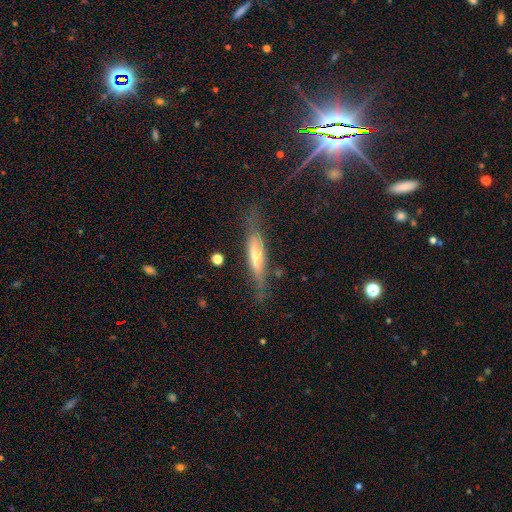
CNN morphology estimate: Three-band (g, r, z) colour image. It shows a featured or disk galaxy (57%) viewed edge-on (84%). Merging: none (67%).